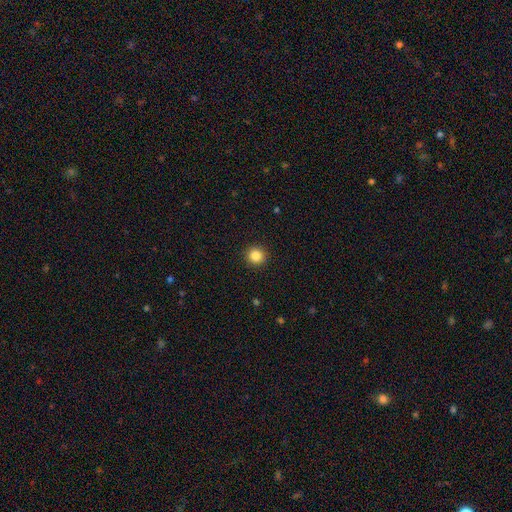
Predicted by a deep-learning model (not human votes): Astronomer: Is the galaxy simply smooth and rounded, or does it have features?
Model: smooth — 85%.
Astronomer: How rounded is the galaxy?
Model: round — 94%.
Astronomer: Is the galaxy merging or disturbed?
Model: none — 93%.